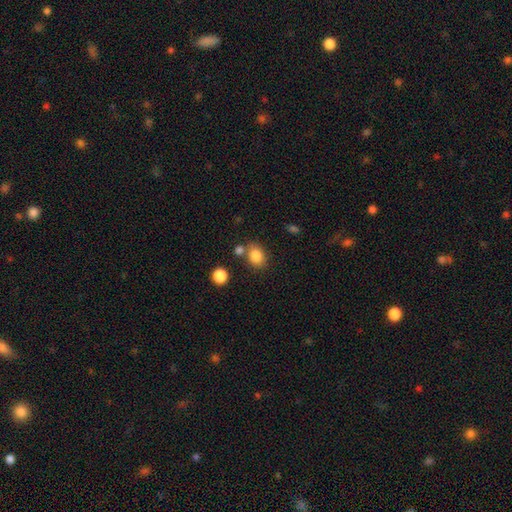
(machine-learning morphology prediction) A smooth galaxy with no disk features (83%) that is in between round and cigar-shaped (53%). Merging: none (68%).